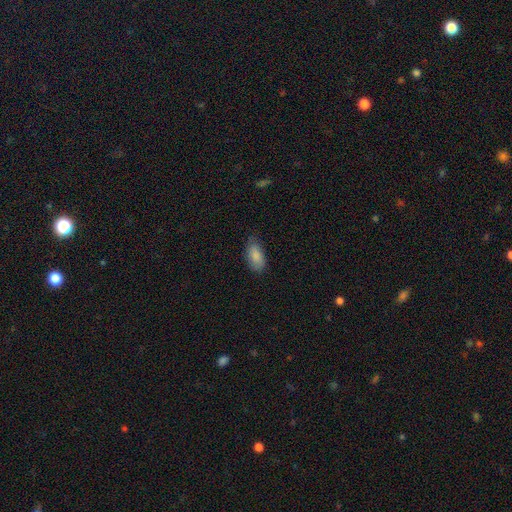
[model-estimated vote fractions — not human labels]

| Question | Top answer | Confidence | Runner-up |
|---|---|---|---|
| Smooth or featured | smooth | 87% | featured or disk (7%) |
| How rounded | in between | 92% | cigar-shaped (6%) |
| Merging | none | 76% | minor disturbance (19%) |